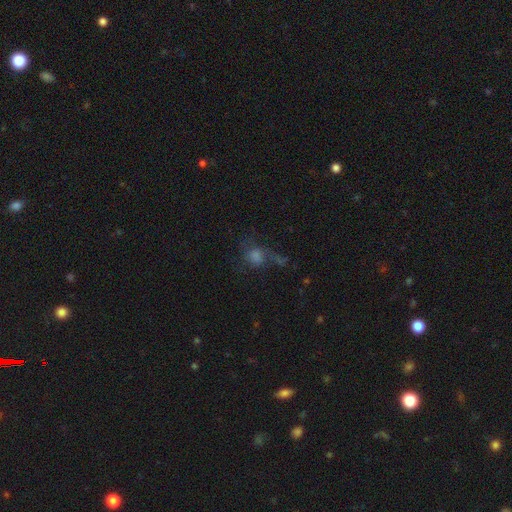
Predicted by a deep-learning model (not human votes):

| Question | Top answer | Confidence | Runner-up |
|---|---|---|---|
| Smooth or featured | smooth | 47% | star or artifact (27%) |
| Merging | none | 40% | major disturbance (30%) |